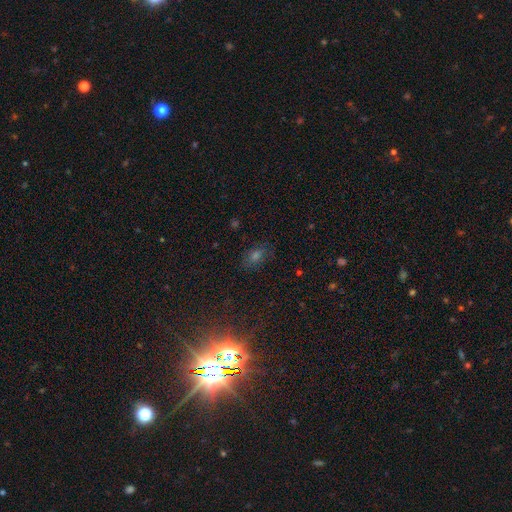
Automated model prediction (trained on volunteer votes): smooth-or-featured: star or artifact: 45% | smooth: 42% | featured or disk: 13%